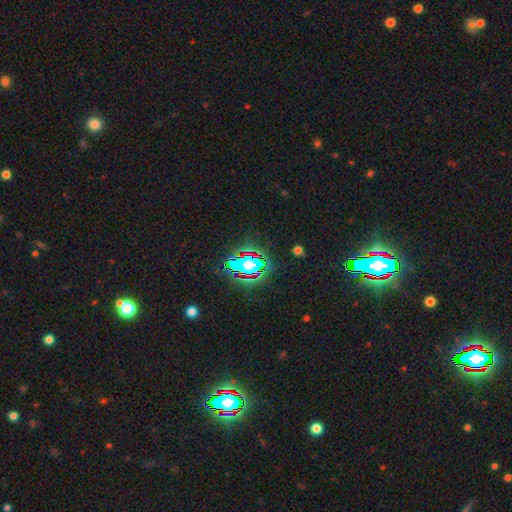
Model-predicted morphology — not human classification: Q: Smooth or featured?
A: star or artifact (83%); runner-up: smooth (10%)